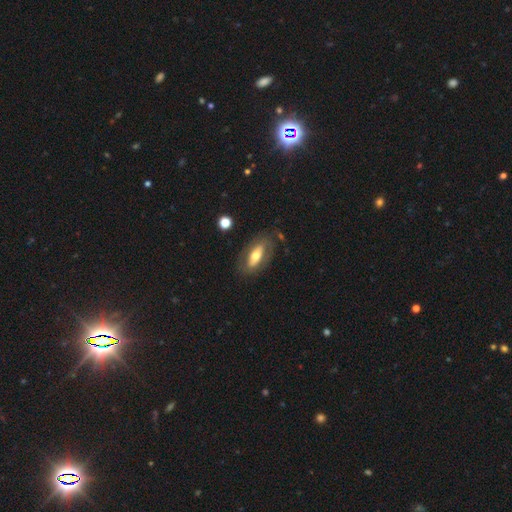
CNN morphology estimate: This appears to be a featured or disk galaxy (49%). Merging: none (74%).